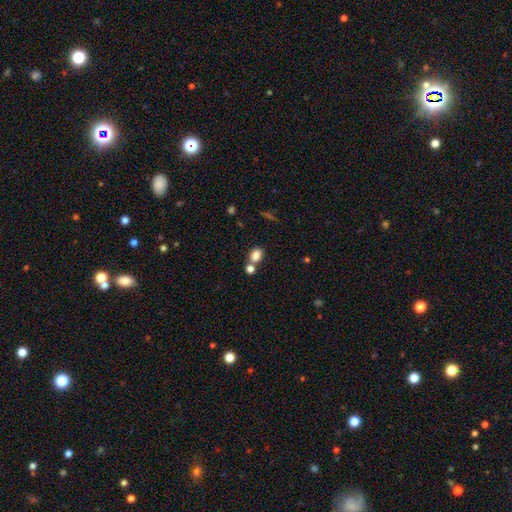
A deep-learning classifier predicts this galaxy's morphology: Smooth or featured? Predicted: smooth (p=0.83). How rounded? Predicted: in between (p=0.63). Merging? Predicted: none (p=0.55).